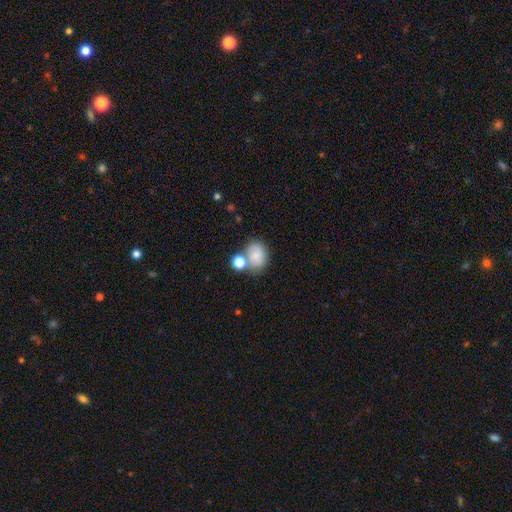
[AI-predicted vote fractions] smooth 78%, featured or disk 12%, star or artifact 10%. Down the decision tree: how rounded — in between (54%); merging — none (50%).